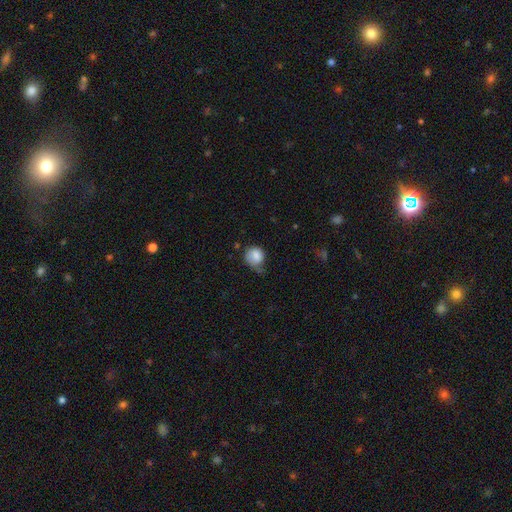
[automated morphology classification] smooth 77%, featured or disk 15%, star or artifact 8%. Down the decision tree: how rounded — round (74%); merging — none (41%).